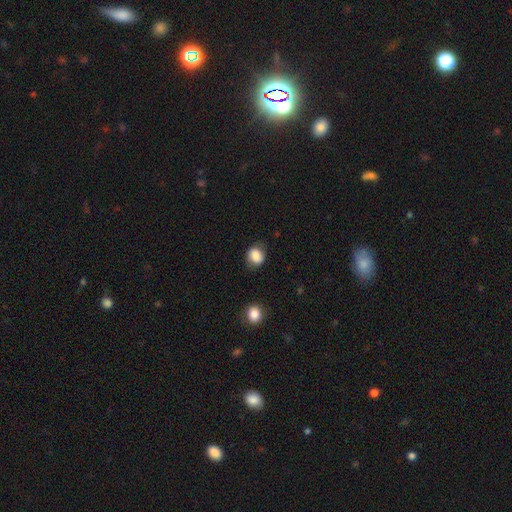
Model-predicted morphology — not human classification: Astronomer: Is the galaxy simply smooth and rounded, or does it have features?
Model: smooth — 83%.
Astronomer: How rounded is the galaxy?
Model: round — 56% (runner-up: in between, 43%).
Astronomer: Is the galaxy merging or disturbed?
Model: none — 71%.